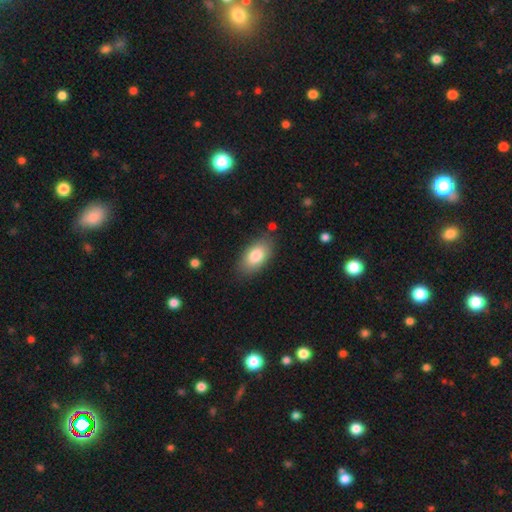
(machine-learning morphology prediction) Smooth or featured? smooth (82%)
How rounded? in between (93%)
Merging? none (82%)